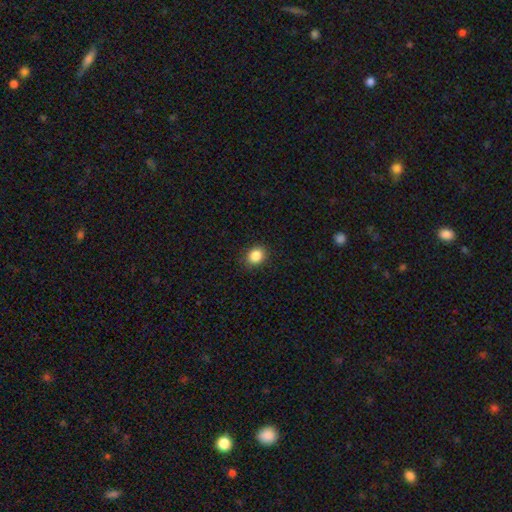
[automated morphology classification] smooth_or_featured: smooth (p=0.86) [alt: star or artifact p=0.10]
how_rounded: round (p=0.62) [alt: in between p=0.37]
merging: none (p=0.89) [alt: minor disturbance p=0.08]